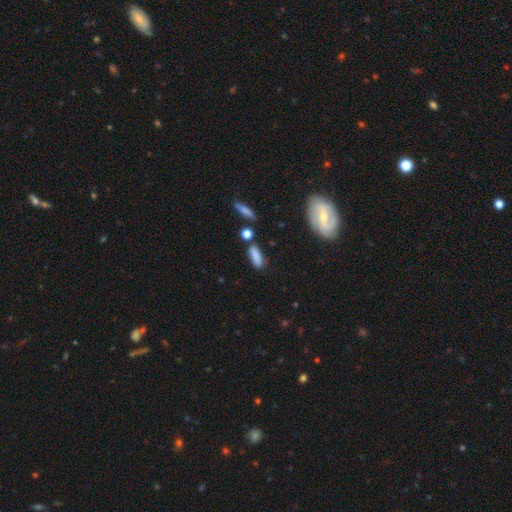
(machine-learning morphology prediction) Overall: smooth (83%). How rounded: in between (55%; cigar-shaped 41%). Merging: none (73%).